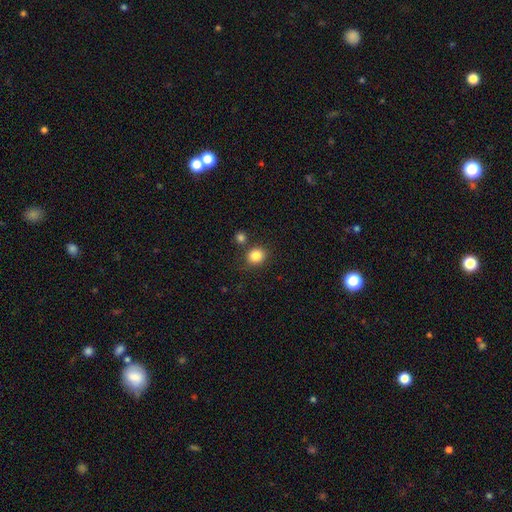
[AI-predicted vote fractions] smooth 84%, star or artifact 11%, featured or disk 5%. Down the decision tree: how rounded — round (80%); merging — none (78%).